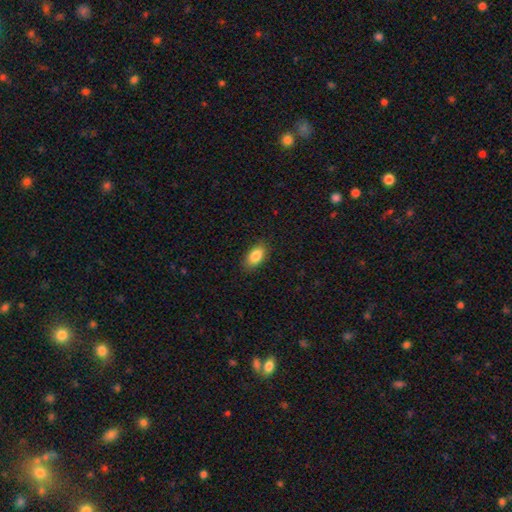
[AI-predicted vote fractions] smooth-or-featured: smooth: 87% | star or artifact: 7% | featured or disk: 6%
  how-rounded: in between: 91% | round: 5% | cigar-shaped: 4%
  merging: none: 85% | minor disturbance: 11% | major disturbance: 3% | merger: 1%